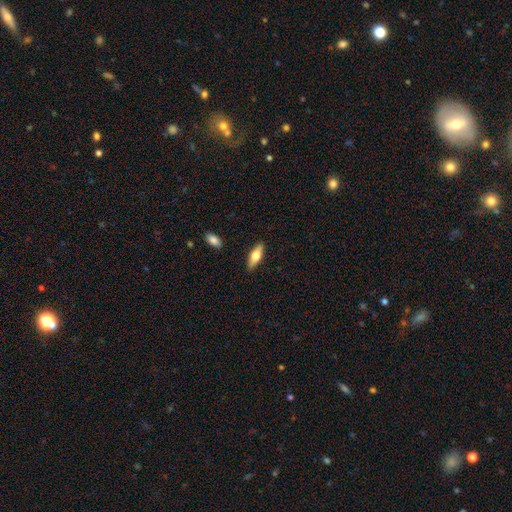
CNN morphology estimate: This appears to be a smooth galaxy with no disk features (56%) that is in between round and cigar-shaped (60%). Merging: none (88%).